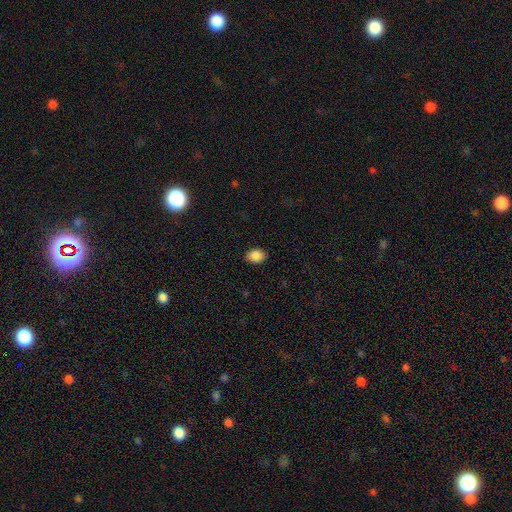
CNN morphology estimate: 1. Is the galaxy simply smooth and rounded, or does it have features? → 88% smooth, 8% star or artifact, 3% featured or disk.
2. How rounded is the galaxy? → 72% in between, 27% round, 1% cigar-shaped.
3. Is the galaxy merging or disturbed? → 89% none, 8% minor disturbance, 2% major disturbance, 1% merger.